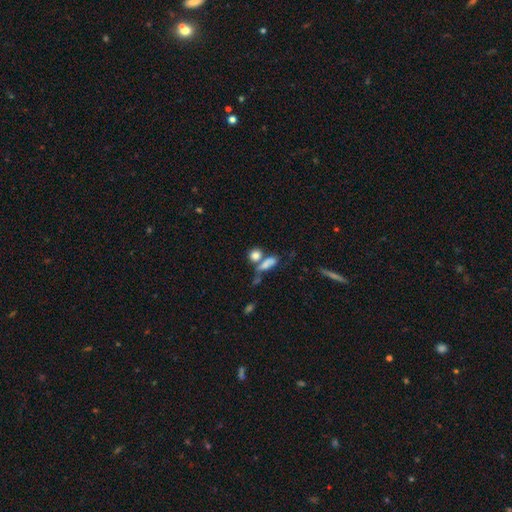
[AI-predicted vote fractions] The model was most divided on "merging": none: 42%, merger: 40%, minor disturbance: 10%, major disturbance: 7%. More confident: smooth or featured — smooth (78%); how rounded — round (55%).